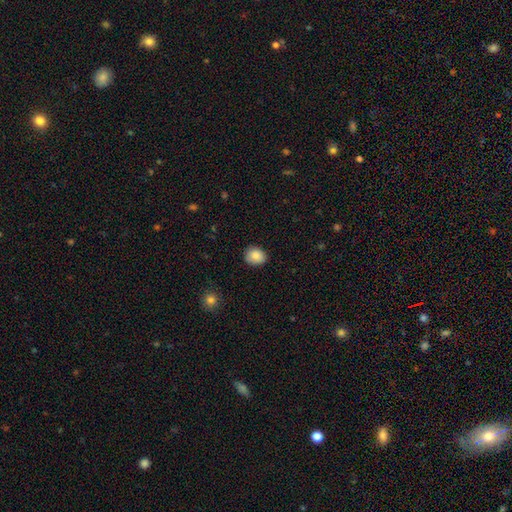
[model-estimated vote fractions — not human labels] smooth_or_featured: smooth (p=0.88) [alt: star or artifact p=0.08]
how_rounded: round (p=0.60) [alt: in between p=0.39]
merging: none (p=0.86) [alt: minor disturbance p=0.11]